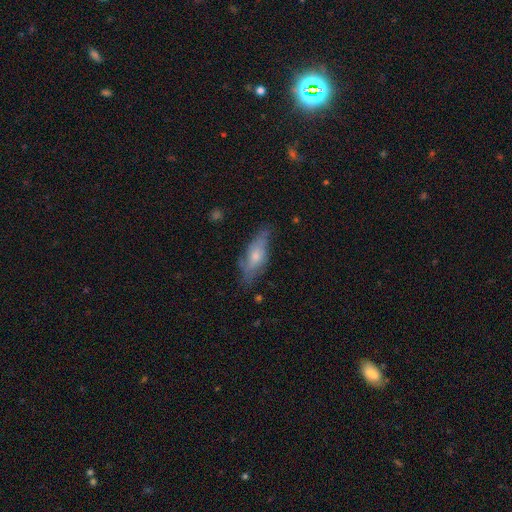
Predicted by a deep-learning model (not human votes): Overall: smooth (50%; featured or disk 42%). How rounded: in between (65%; cigar-shaped 32%). Merging: none (59%; minor disturbance 28%).